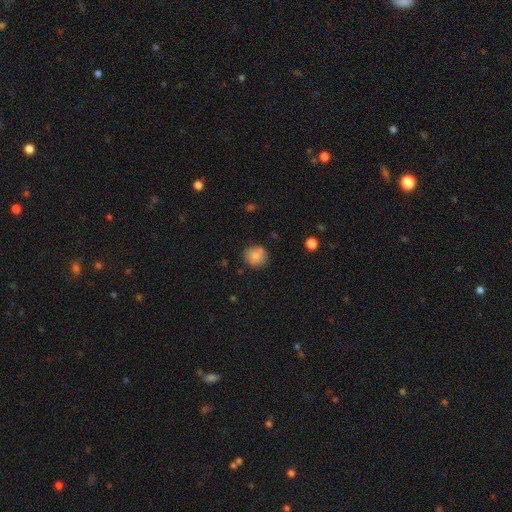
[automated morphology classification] This appears to be a smooth galaxy with no disk features (82%) that is round (89%). Merging: none (76%).